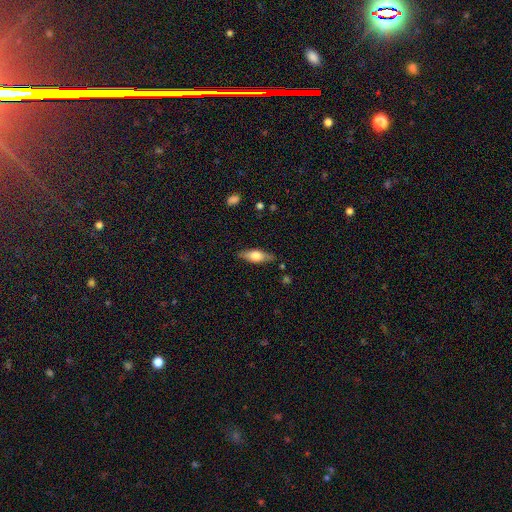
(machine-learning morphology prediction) Smooth or featured?
  - smooth: 56% *
  - featured or disk: 38%
  - star or artifact: 6%
How rounded?
  - in between: 63% *
  - cigar-shaped: 33%
  - round: 3%
Merging?
  - none: 82% *
  - minor disturbance: 14%
  - major disturbance: 3%
  - merger: 2%